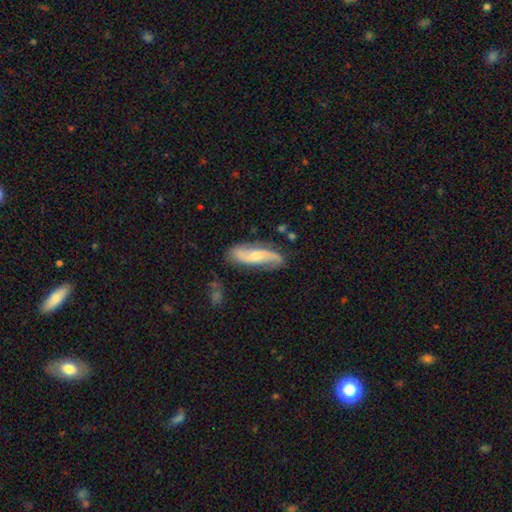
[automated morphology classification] Smooth or featured?
  - featured or disk: 75% *
  - smooth: 19%
  - star or artifact: 6%
Edge-on disk?
  - no: 87% *
  - yes: 13%
Bar?
  - no: 51% *
  - weak: 34%
  - strong: 15%
Spiral arms?
  - yes: 94% *
  - no: 6%
Spiral winding?
  - loose: 59% *
  - medium: 29%
  - tight: 12%
Spiral arm count?
  - 2: 90% *
  - can't tell: 5%
  - 1: 2%
  - 3: 1%
  - 4: 1%
  - more than 4: 1%
Bulge size?
  - moderate: 49% *
  - small: 44%
  - large: 3%
  - none: 3%
  - dominant: 1%
Merging?
  - none: 77% *
  - minor disturbance: 16%
  - major disturbance: 4%
  - merger: 2%